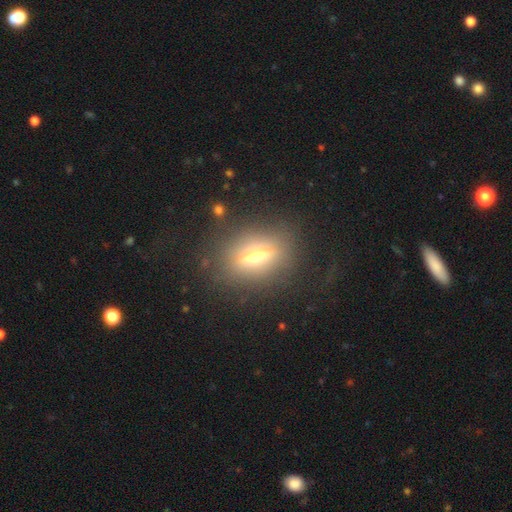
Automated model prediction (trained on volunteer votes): Smooth or featured?
  - featured or disk: 56% *
  - smooth: 32%
  - star or artifact: 12%
Edge-on disk?
  - yes: 70% *
  - no: 30%
Merging?
  - none: 78% *
  - minor disturbance: 12%
  - major disturbance: 9%
  - merger: 2%